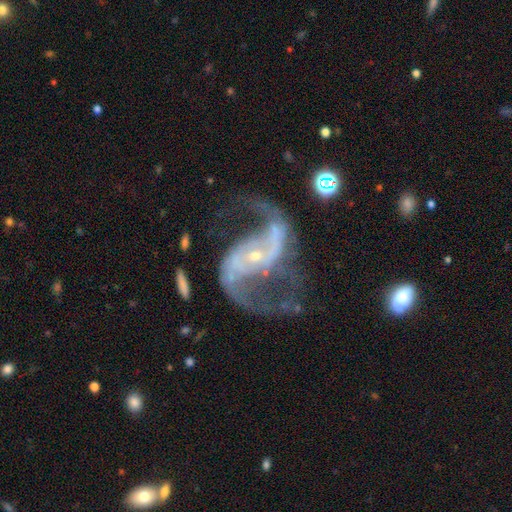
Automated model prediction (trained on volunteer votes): smooth_or_featured: featured or disk (p=0.92) [alt: star or artifact p=0.05]
disk_edge_on: no (p=0.98) [alt: yes p=0.02]
bar: no (p=0.37) [alt: weak p=0.32]
has_spiral_arms: yes (p=0.98) [alt: no p=0.02]
spiral_winding: loose (p=0.52) [alt: medium p=0.40]
spiral_arm_count: 2 (p=0.93) [alt: can't tell p=0.02]
bulge_size: small (p=0.75) [alt: moderate p=0.20]
merging: none (p=0.67) [alt: major disturbance p=0.15]